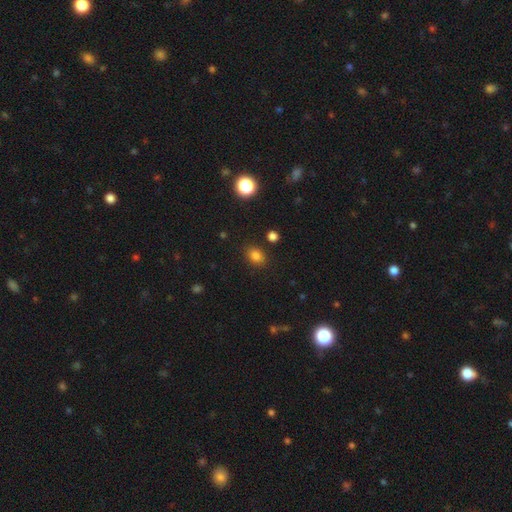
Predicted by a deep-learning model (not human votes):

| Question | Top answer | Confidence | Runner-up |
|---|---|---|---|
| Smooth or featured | smooth | 82% | star or artifact (14%) |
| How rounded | in between | 54% | round (45%) |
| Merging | none | 85% | minor disturbance (10%) |